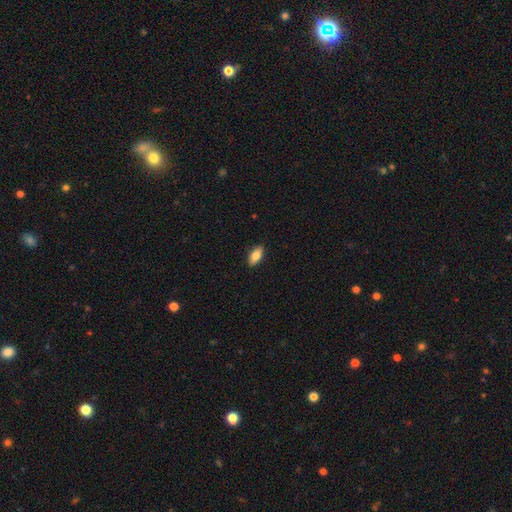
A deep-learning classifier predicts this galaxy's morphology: Smooth or featured? Predicted: smooth (p=0.76). How rounded? Predicted: in between (p=0.84). Merging? Predicted: none (p=0.89).